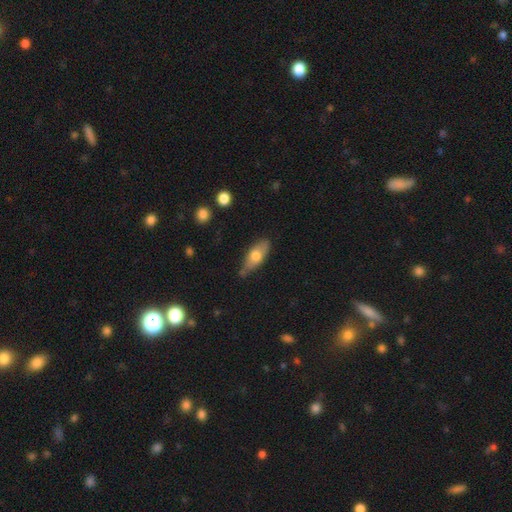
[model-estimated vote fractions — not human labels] The model was most divided on "smooth or featured": smooth: 63%, featured or disk: 30%, star or artifact: 6%. More confident: how rounded — in between (76%); merging — none (67%).